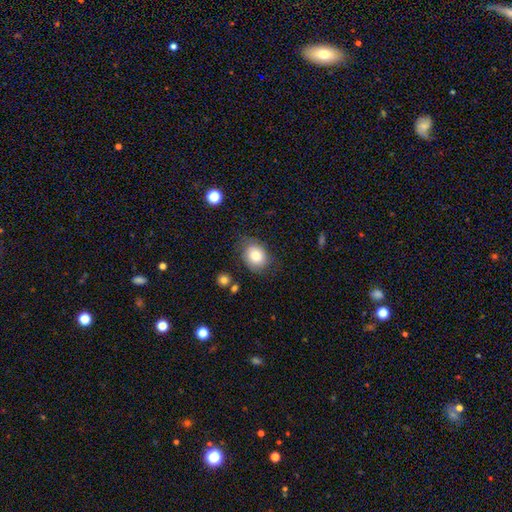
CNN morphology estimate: Smooth or featured: smooth — 81% (featured or disk — 11%)
How rounded: in between — 57% (round — 42%)
Merging: none — 69% (minor disturbance — 22%)